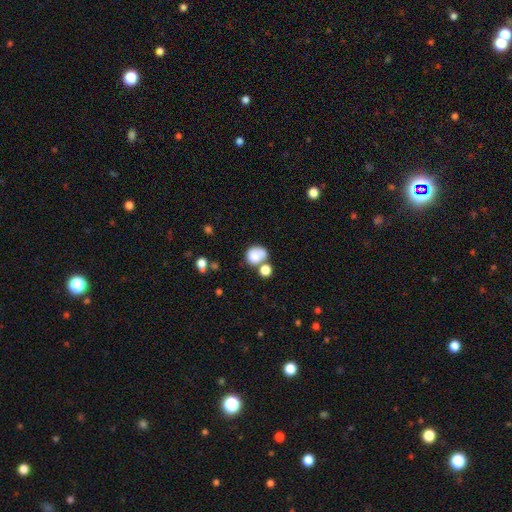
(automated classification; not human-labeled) Smooth or featured? smooth (80%)
How rounded? round (67%)
Merging? none (40%)